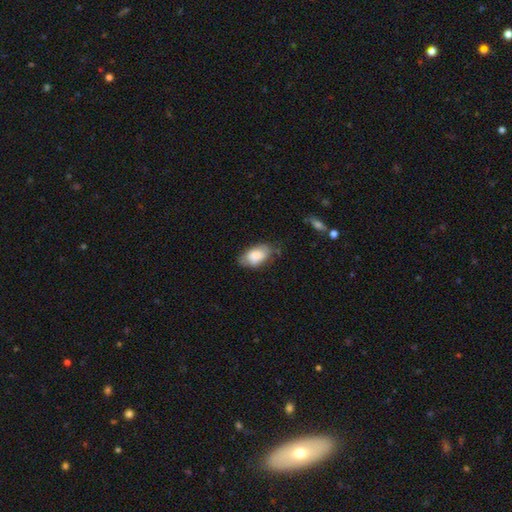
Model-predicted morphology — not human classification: smooth_or_featured: smooth (p=0.81) [alt: featured or disk p=0.12]
how_rounded: in between (p=0.93) [alt: round p=0.05]
merging: none (p=0.59) [alt: minor disturbance p=0.31]